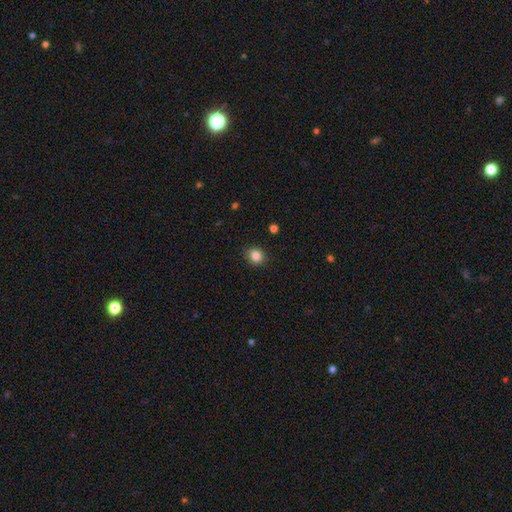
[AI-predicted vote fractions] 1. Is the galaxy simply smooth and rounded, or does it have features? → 85% smooth, 11% star or artifact, 4% featured or disk.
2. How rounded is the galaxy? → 82% round, 18% in between, 1% cigar-shaped.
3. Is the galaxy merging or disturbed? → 90% none, 7% minor disturbance, 2% major disturbance, 1% merger.